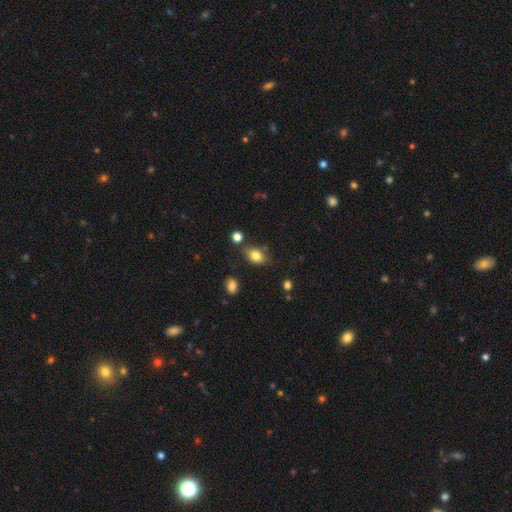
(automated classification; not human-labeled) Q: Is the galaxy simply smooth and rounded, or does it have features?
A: smooth — 80%.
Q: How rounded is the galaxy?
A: in between — 77%.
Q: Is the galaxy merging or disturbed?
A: none — 70%.